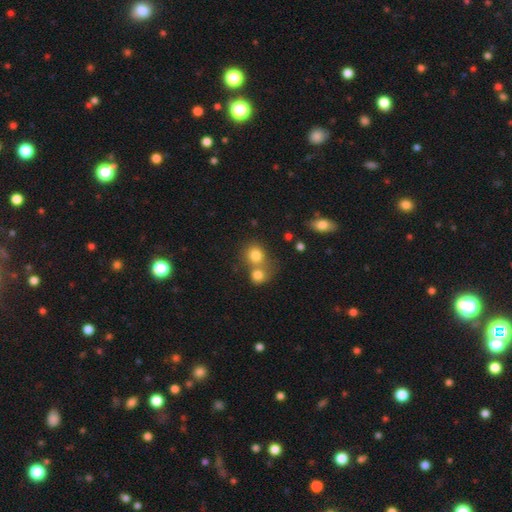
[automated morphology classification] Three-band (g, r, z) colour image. It shows a smooth galaxy with no disk features (80%) that is round (79%). Merging: merger (47%).